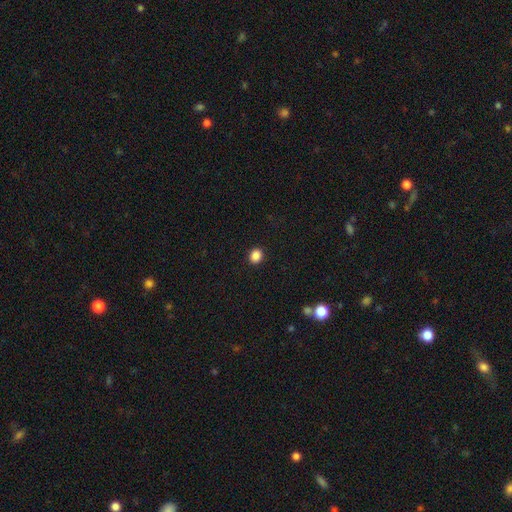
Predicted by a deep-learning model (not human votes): Morphology: type=smooth (87%); roundness=round (69%); merging=none (92%).